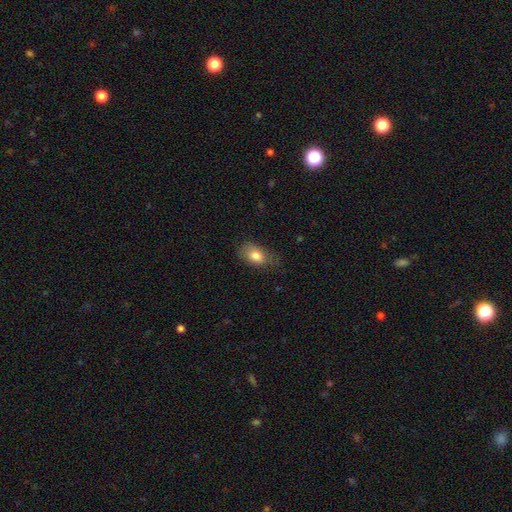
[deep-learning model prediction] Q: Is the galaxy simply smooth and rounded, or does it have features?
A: smooth — 81%.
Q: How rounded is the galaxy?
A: in between — 86%.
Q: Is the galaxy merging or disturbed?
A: none — 60%.